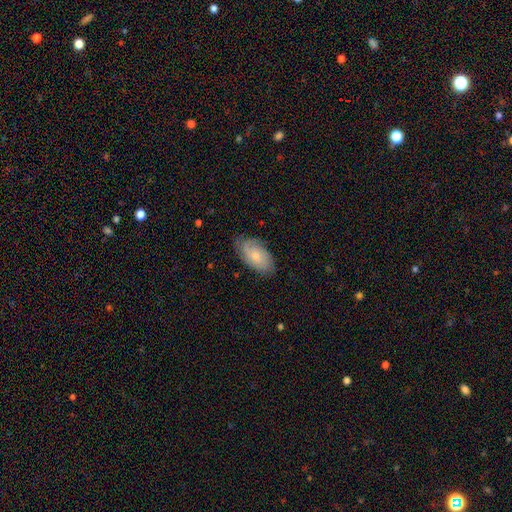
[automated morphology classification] Smooth or featured?
  - smooth: 57% *
  - featured or disk: 37%
  - star or artifact: 6%
How rounded?
  - in between: 93% *
  - round: 4%
  - cigar-shaped: 3%
Merging?
  - none: 75% *
  - minor disturbance: 20%
  - major disturbance: 5%
  - merger: 1%